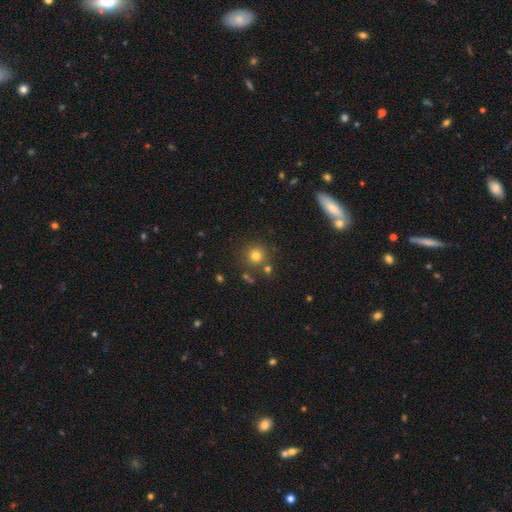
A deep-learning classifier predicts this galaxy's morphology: Overall: smooth (77%). How rounded: round (93%). Merging: none (79%).